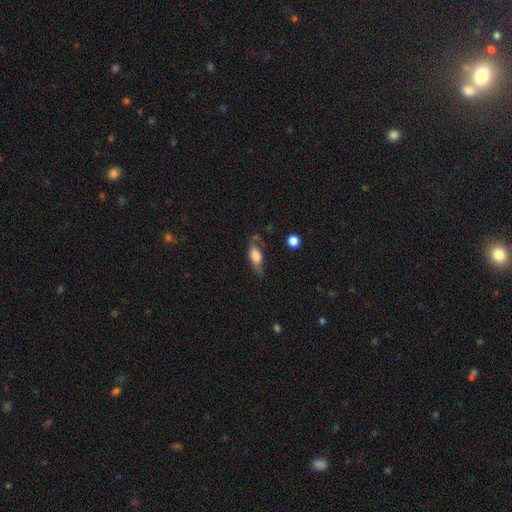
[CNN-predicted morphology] smooth-or-featured: smooth: 66% | featured or disk: 27% | star or artifact: 8%
  how-rounded: in between: 75% | cigar-shaped: 20% | round: 5%
  merging: none: 51% | minor disturbance: 30% | major disturbance: 15% | merger: 4%